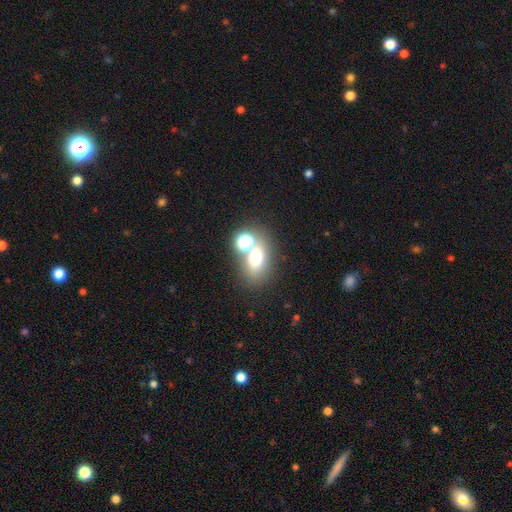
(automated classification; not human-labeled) This is likely a smooth galaxy (62%). How rounded: possibly in between (57%). Merging: possibly none (53%).